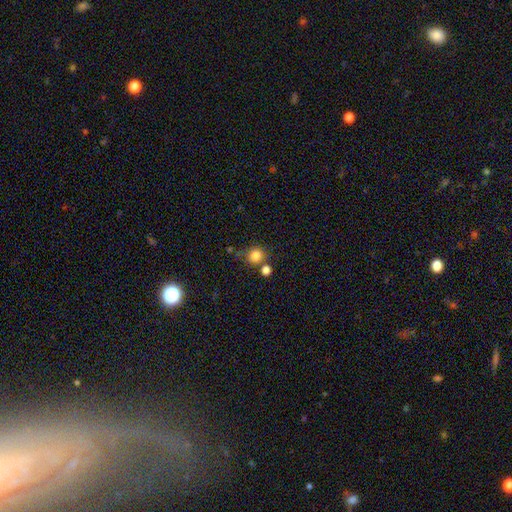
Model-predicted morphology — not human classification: Smooth or featured?
  - smooth: 82% *
  - star or artifact: 12%
  - featured or disk: 6%
How rounded?
  - round: 88% *
  - in between: 11%
  - cigar-shaped: 1%
Merging?
  - none: 68% *
  - merger: 16%
  - minor disturbance: 12%
  - major disturbance: 4%